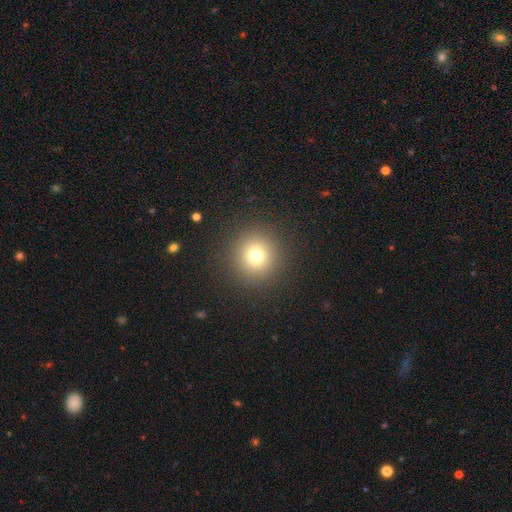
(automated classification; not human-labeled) This is likely a smooth galaxy (74%). How rounded: clearly round (95%). Merging: clearly none (90%).